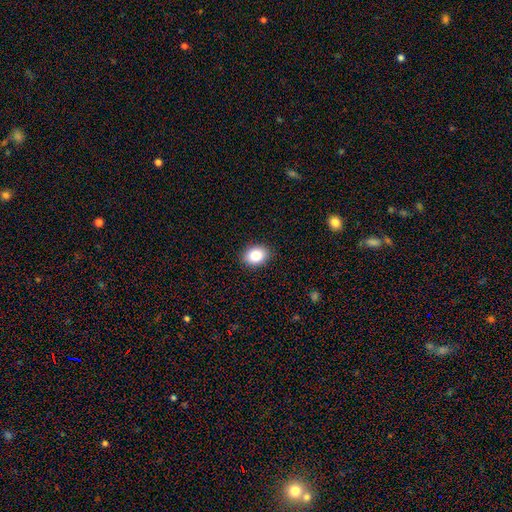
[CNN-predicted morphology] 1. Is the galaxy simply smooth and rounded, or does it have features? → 84% smooth, 9% star or artifact, 7% featured or disk.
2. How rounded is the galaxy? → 65% in between, 34% round, 1% cigar-shaped.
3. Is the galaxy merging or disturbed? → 90% none, 7% minor disturbance, 2% major disturbance, 1% merger.